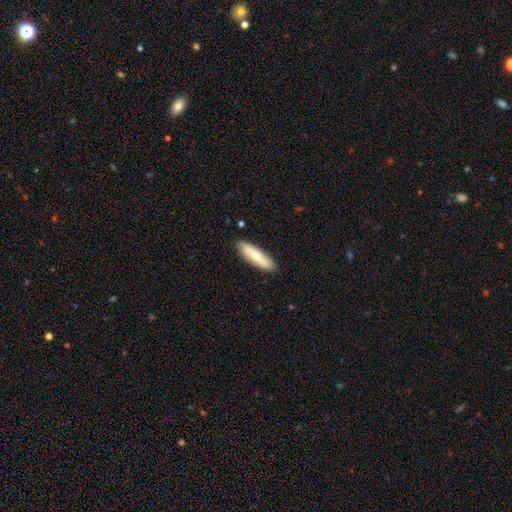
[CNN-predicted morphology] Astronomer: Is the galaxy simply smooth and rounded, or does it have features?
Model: smooth — 72%.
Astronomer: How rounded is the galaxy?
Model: cigar-shaped — 75%.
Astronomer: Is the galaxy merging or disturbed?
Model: none — 88%.